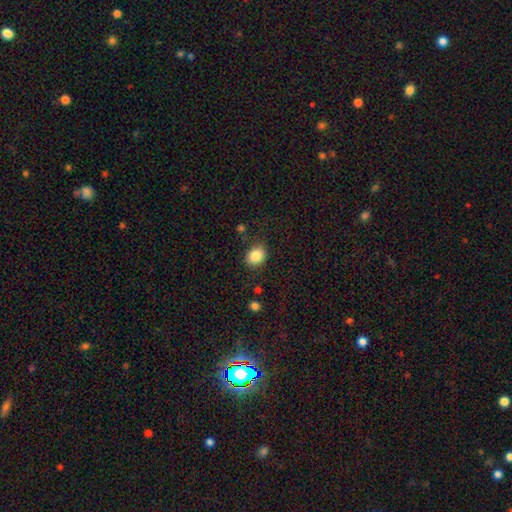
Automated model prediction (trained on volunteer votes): This appears to be a smooth galaxy with no disk features (86%) that is in between round and cigar-shaped (52%). Merging: none (82%).